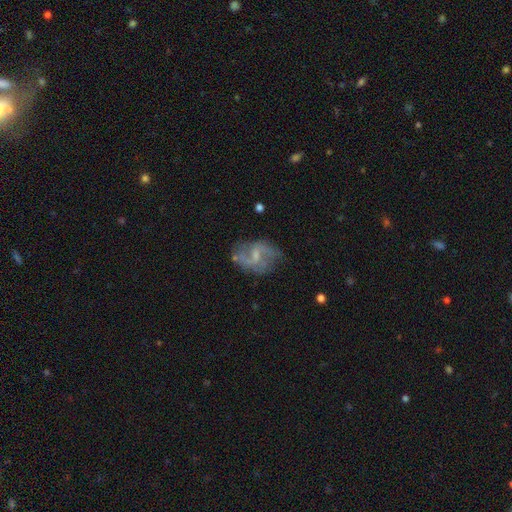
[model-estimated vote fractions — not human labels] This is likely a featured or disk galaxy (77%). It is clearly not viewed edge-on (97%). Bar: possibly weak (56%). Spiral arm pattern: clearly yes (89%). Spiral arm count: clearly 2 (83%). Spiral winding: possibly loose (51%). Central bulge: possibly small (50%). Merging: likely none (65%).